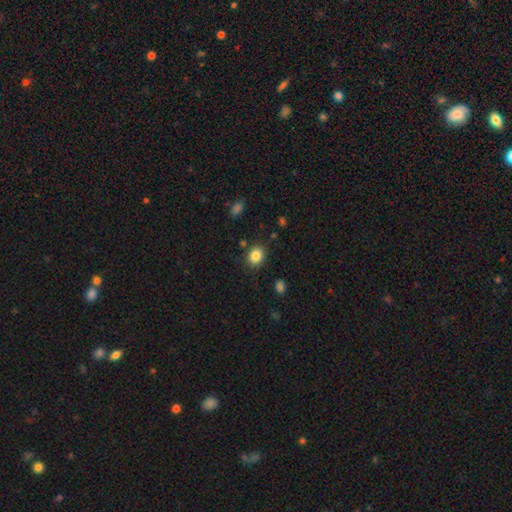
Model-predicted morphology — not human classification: type=smooth (85%); roundness=round (59%); merging=none (84%).